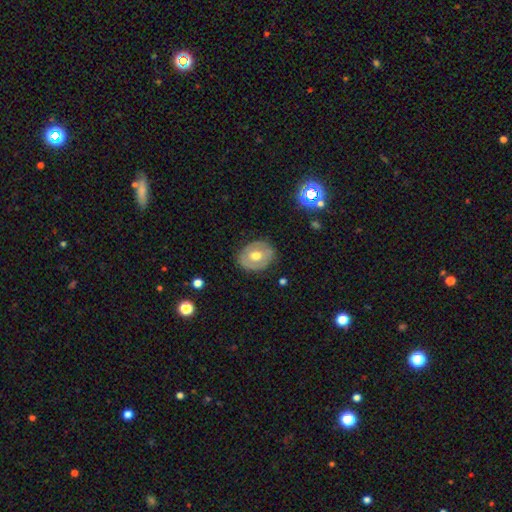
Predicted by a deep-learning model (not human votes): smooth_or_featured: smooth (p=0.49) [alt: featured or disk p=0.43]
merging: none (p=0.82) [alt: minor disturbance p=0.13]